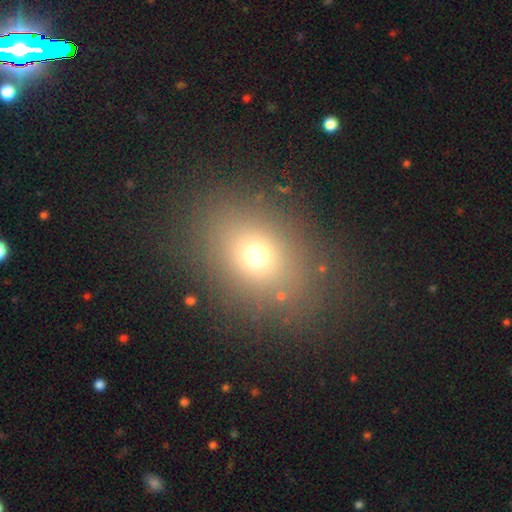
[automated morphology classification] smooth_or_featured: smooth (p=0.68) [alt: star or artifact p=0.19]
how_rounded: in between (p=0.54) [alt: round p=0.45]
merging: none (p=0.83) [alt: minor disturbance p=0.09]